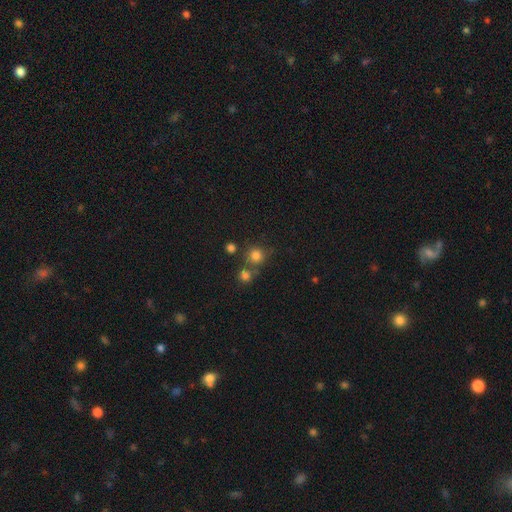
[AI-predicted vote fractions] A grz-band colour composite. It shows a smooth galaxy with no disk features (79%) that is round (91%). Merging: none (66%).